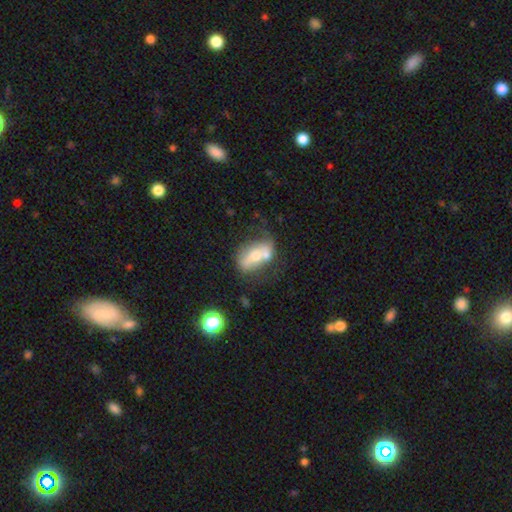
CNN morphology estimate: Smooth or featured? Predicted: featured or disk (p=0.47). Merging? Predicted: none (p=0.39).